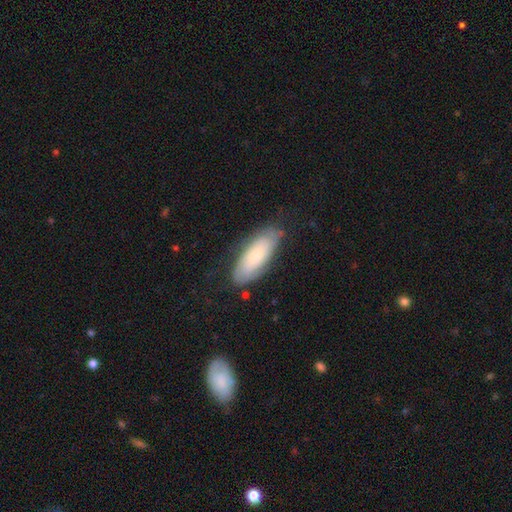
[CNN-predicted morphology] Smooth or featured? smooth (59%)
How rounded? in between (77%)
Merging? none (73%)